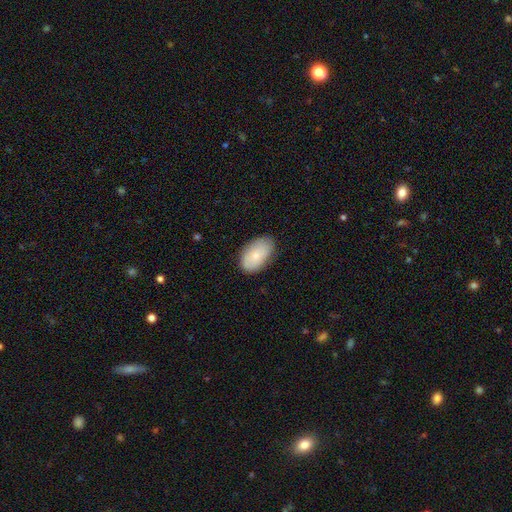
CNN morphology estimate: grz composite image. It shows a smooth galaxy with no disk features (77%) that is in between round and cigar-shaped (94%). Merging: none (78%).